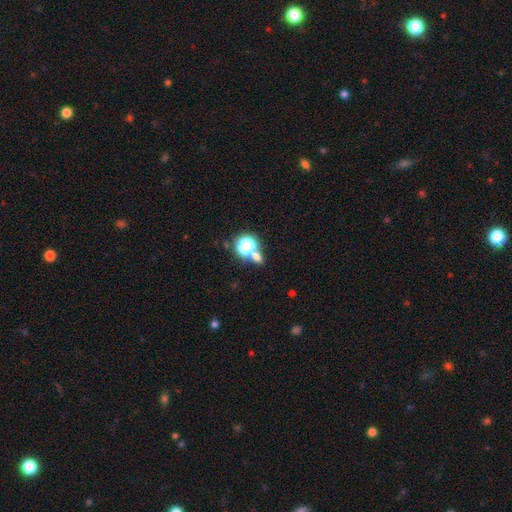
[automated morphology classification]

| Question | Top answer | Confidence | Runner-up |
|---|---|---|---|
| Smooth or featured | smooth | 53% | star or artifact (38%) |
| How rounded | round | 63% | in between (34%) |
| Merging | none | 58% | merger (29%) |